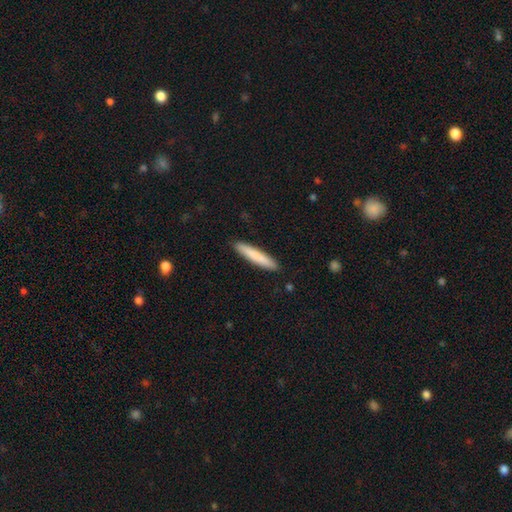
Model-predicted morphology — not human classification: Smooth or featured? smooth (81%)
How rounded? cigar-shaped (93%)
Merging? none (91%)